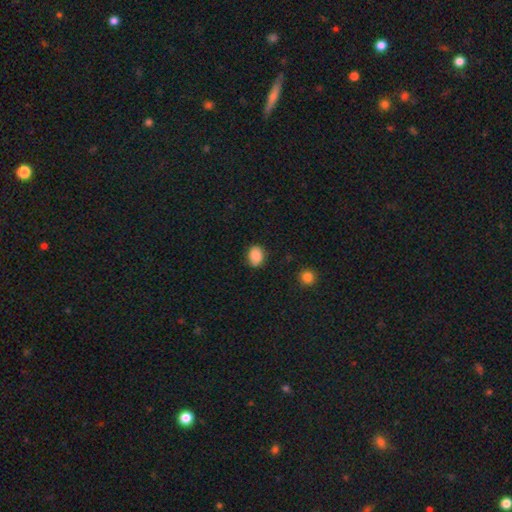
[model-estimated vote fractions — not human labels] Q: Smooth or featured?
A: smooth (84%); runner-up: star or artifact (8%)
Q: How rounded?
A: in between (60%); runner-up: round (39%)
Q: Merging?
A: none (81%); runner-up: minor disturbance (14%)